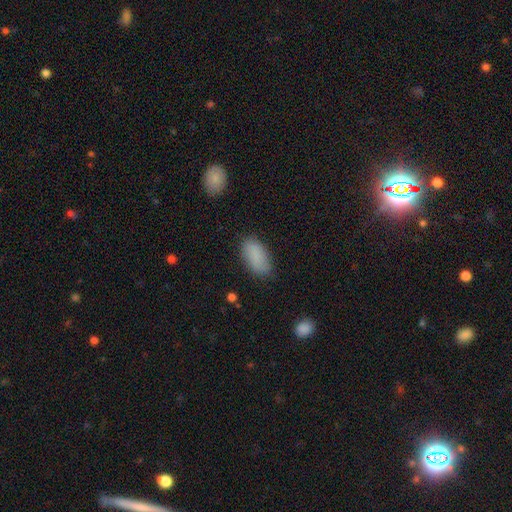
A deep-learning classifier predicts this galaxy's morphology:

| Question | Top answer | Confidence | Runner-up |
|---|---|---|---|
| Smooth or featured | smooth | 87% | star or artifact (7%) |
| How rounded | in between | 93% | cigar-shaped (4%) |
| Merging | none | 80% | minor disturbance (15%) |